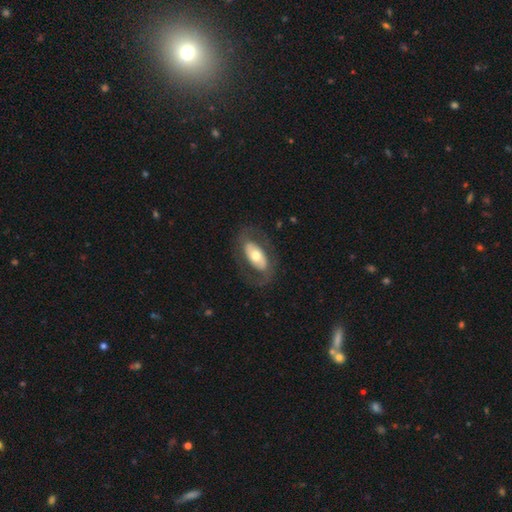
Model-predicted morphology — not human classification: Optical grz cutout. It shows a featured or disk galaxy (56%). Merging: none (74%).